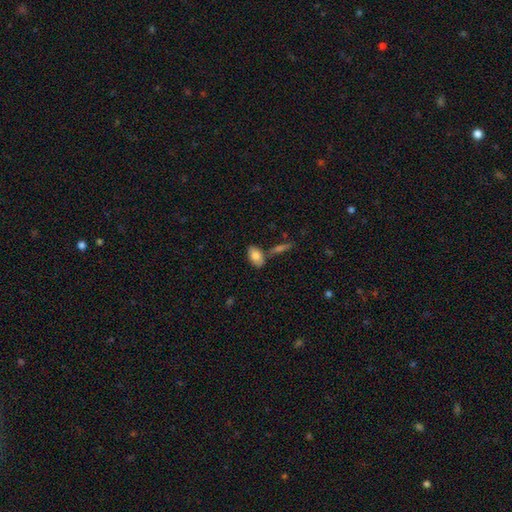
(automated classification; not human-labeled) A smooth galaxy with no disk features (81%) that is in between round and cigar-shaped (91%).

Vote fractions:
- Smooth or featured? smooth: 81% / featured or disk: 13% / star or artifact: 6%
- How rounded? in between: 91% / round: 5% / cigar-shaped: 3%
- Merging? none: 67% / merger: 15% / minor disturbance: 14% / major disturbance: 4%